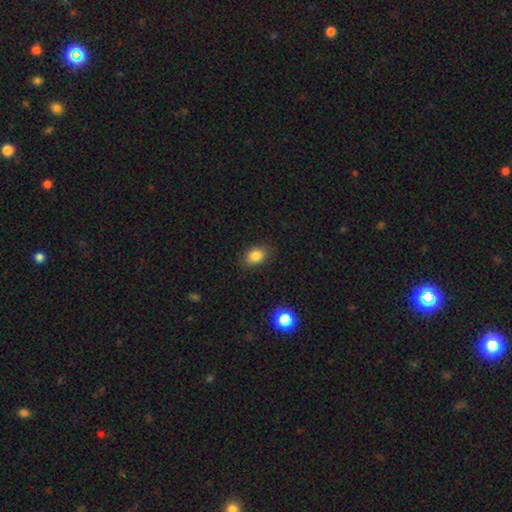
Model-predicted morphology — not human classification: smooth 84%, star or artifact 10%, featured or disk 6%. Down the decision tree: how rounded — in between (74%); merging — none (86%).